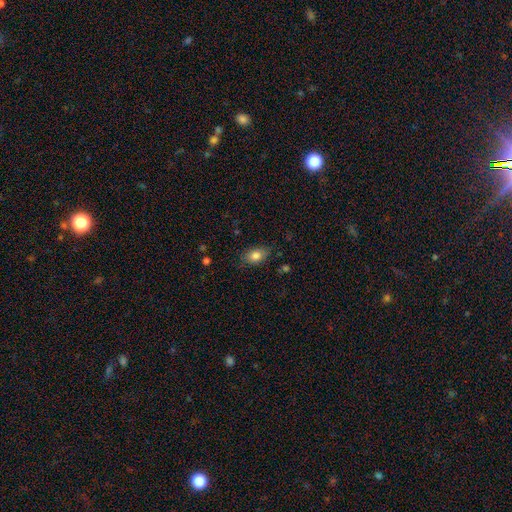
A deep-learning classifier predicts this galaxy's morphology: A smooth galaxy with no disk features (82%) that is in between round and cigar-shaped (82%). Merging: none (80%).